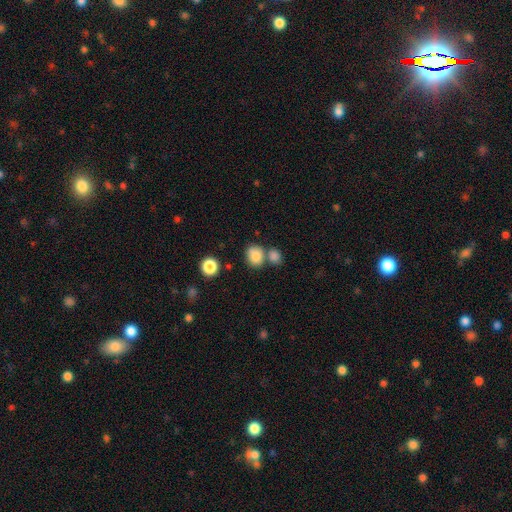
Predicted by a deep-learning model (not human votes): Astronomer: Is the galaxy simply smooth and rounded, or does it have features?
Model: smooth — 83%.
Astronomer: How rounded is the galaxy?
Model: round — 61% (runner-up: in between, 38%).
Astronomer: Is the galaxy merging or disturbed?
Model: none — 54% (runner-up: merger, 31%).